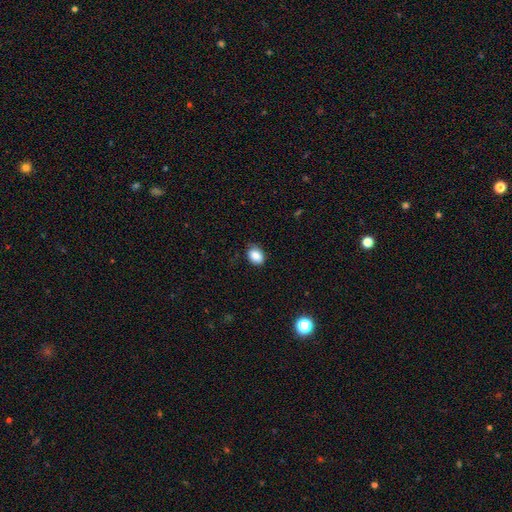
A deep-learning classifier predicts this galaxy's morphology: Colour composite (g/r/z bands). It shows a smooth galaxy with no disk features (87%) that is in between round and cigar-shaped (75%). Merging: none (77%).